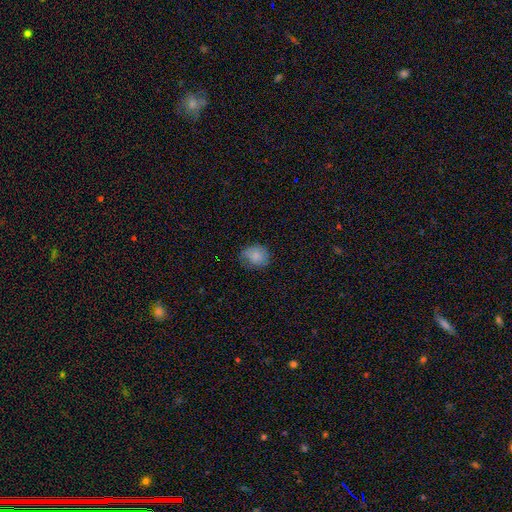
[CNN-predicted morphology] A smooth galaxy with no disk features (83%) that is round (64%). Merging: none (68%).